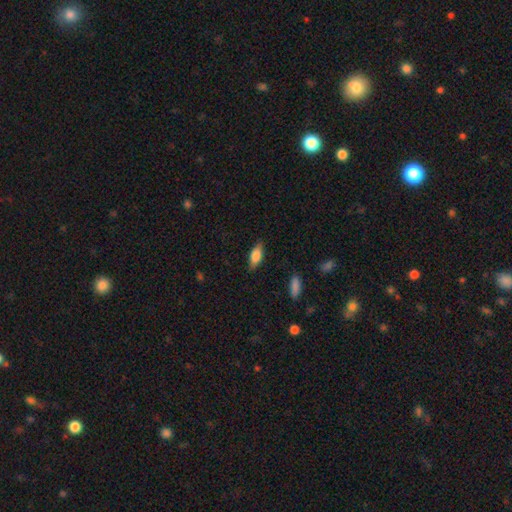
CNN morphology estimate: Smooth or featured?
  - smooth: 80% *
  - featured or disk: 13%
  - star or artifact: 6%
How rounded?
  - in between: 78% *
  - cigar-shaped: 19%
  - round: 2%
Merging?
  - none: 85% *
  - minor disturbance: 11%
  - major disturbance: 2%
  - merger: 1%